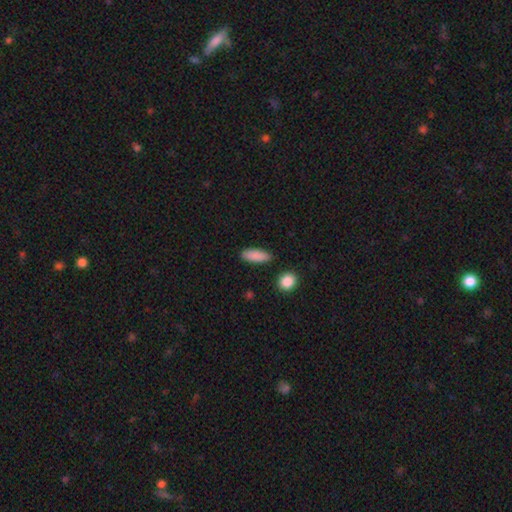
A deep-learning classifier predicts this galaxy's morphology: A smooth galaxy with no disk features (88%) that is in between round and cigar-shaped (69%). Merging: none (86%).